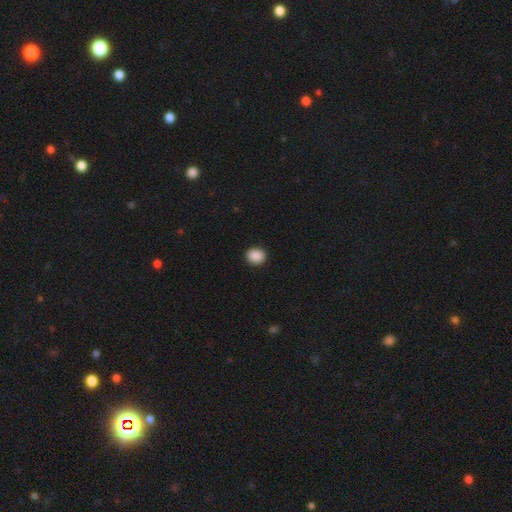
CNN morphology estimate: smooth-or-featured: smooth: 89% | star or artifact: 8% | featured or disk: 3%
  how-rounded: round: 66% | in between: 33% | cigar-shaped: 1%
  merging: none: 91% | minor disturbance: 6% | major disturbance: 2% | merger: 1%